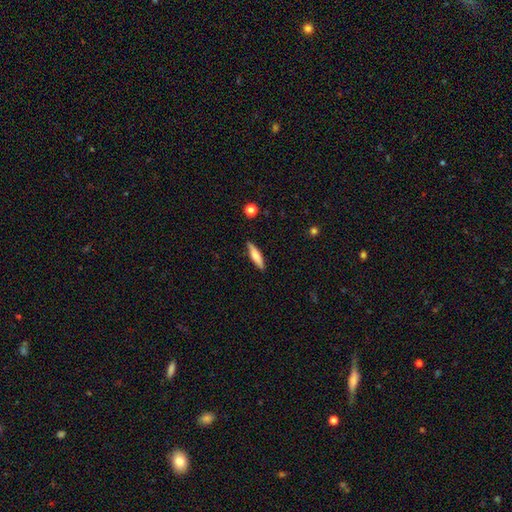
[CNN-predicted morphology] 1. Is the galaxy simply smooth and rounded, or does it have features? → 67% smooth, 27% featured or disk, 6% star or artifact.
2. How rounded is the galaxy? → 77% cigar-shaped, 21% in between, 2% round.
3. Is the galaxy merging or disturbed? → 87% none, 10% minor disturbance, 2% major disturbance, 1% merger.